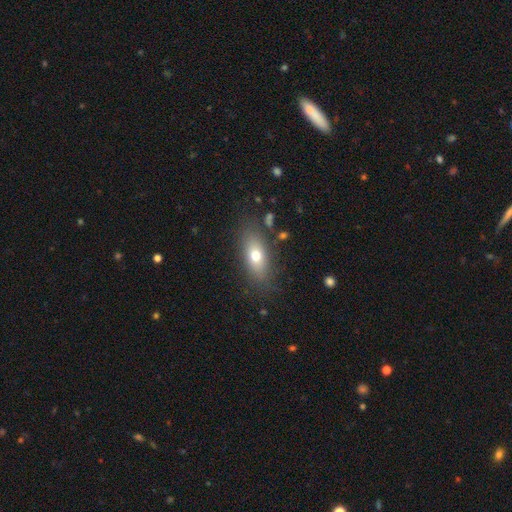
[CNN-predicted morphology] Q: Smooth or featured?
A: smooth (66%); runner-up: featured or disk (24%)
Q: How rounded?
A: in between (76%); runner-up: cigar-shaped (17%)
Q: Merging?
A: none (83%); runner-up: minor disturbance (11%)